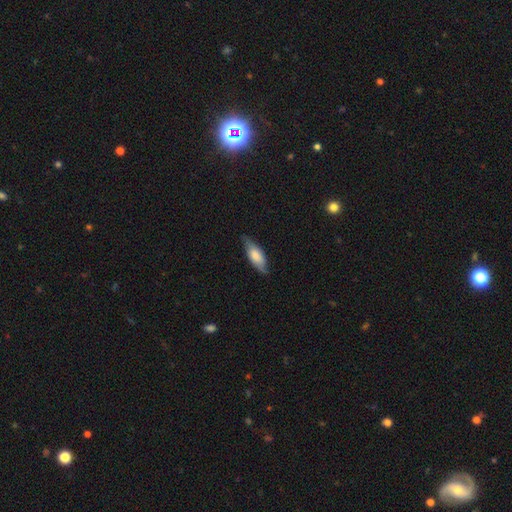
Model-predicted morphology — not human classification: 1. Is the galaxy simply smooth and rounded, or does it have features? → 65% smooth, 29% featured or disk, 6% star or artifact.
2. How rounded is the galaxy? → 70% in between, 28% cigar-shaped, 2% round.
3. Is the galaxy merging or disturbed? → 74% none, 21% minor disturbance, 4% major disturbance, 1% merger.